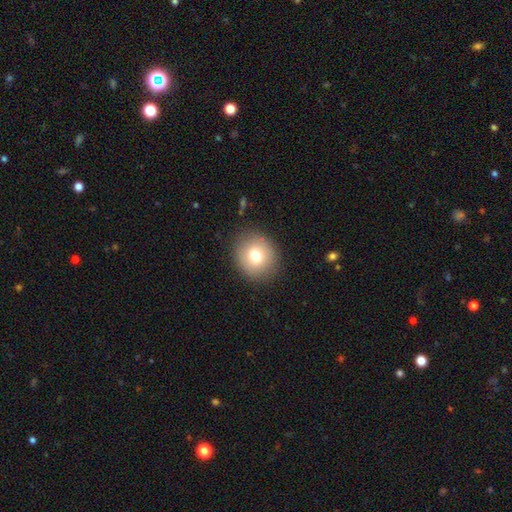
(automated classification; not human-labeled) Morphology: type=smooth (75%); roundness=round (82%); merging=none (87%).